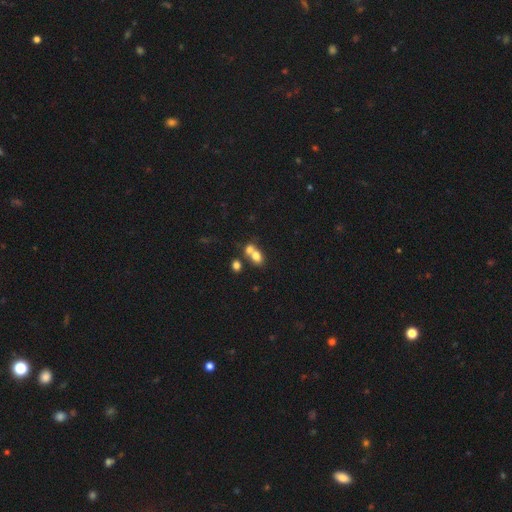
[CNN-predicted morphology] A smooth galaxy with no disk features (73%) that is in between round and cigar-shaped (53%). Merging: merger (58%).